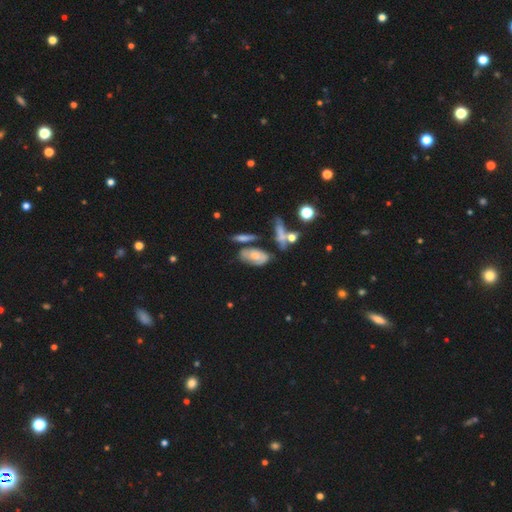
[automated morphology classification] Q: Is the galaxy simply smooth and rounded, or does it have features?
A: smooth — 47%.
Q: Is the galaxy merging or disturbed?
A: none — 48%.